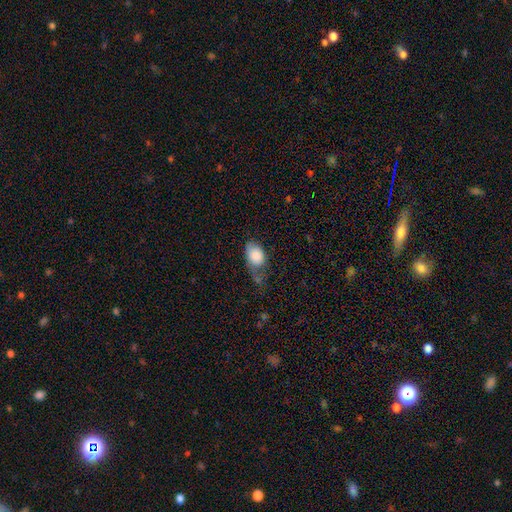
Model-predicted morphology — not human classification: Smooth or featured: smooth — 82% (featured or disk — 11%)
How rounded: in between — 84% (round — 15%)
Merging: minor disturbance — 33% (none — 32%)